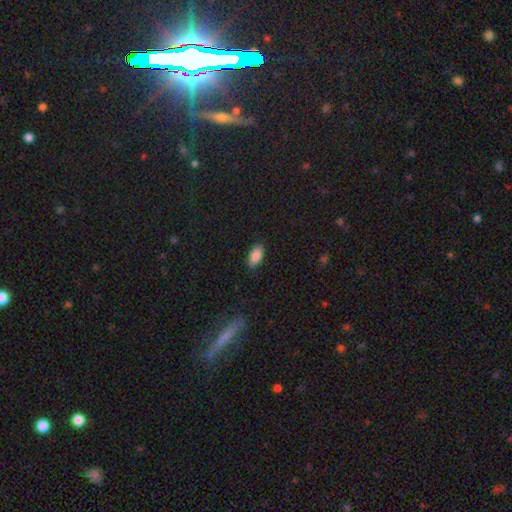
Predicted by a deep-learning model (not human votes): Overall: smooth (87%). How rounded: in between (92%). Merging: none (82%).